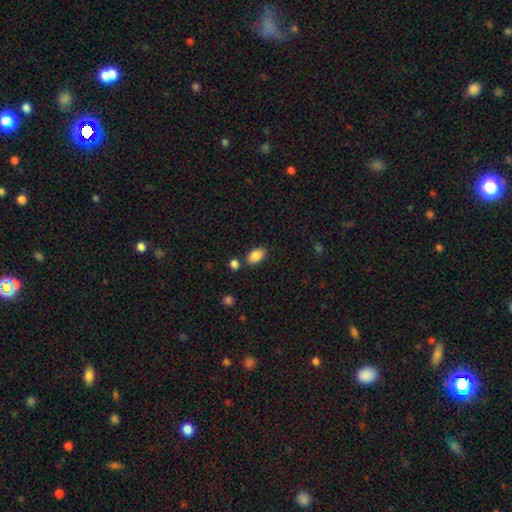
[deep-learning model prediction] Q: Smooth or featured?
A: smooth (88%); runner-up: star or artifact (8%)
Q: How rounded?
A: in between (92%); runner-up: round (6%)
Q: Merging?
A: none (75%); runner-up: minor disturbance (12%)